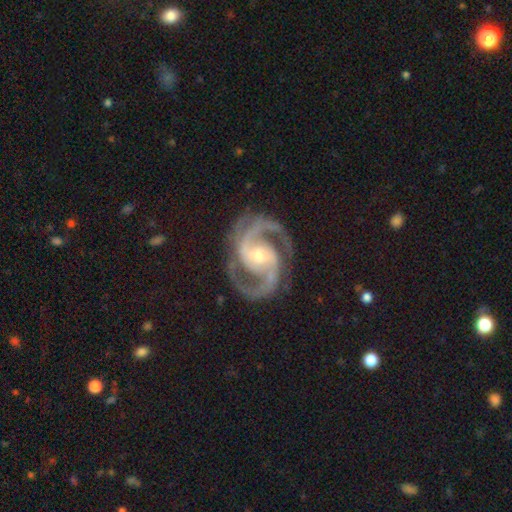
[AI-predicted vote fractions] Smooth or featured?
  - featured or disk: 94% *
  - star or artifact: 4%
  - smooth: 2%
Edge-on disk?
  - no: 98% *
  - yes: 2%
Bar?
  - no: 40% *
  - weak: 38%
  - strong: 22%
Spiral arms?
  - yes: 99% *
  - no: 1%
Spiral winding?
  - medium: 62% *
  - tight: 29%
  - loose: 8%
Spiral arm count?
  - 2: 84% *
  - 3: 10%
  - can't tell: 2%
  - 4: 2%
  - 1: 2%
  - more than 4: 2%
Bulge size?
  - moderate: 53% *
  - small: 42%
  - large: 3%
  - none: 1%
  - dominant: 1%
Merging?
  - none: 80% *
  - minor disturbance: 14%
  - major disturbance: 5%
  - merger: 1%